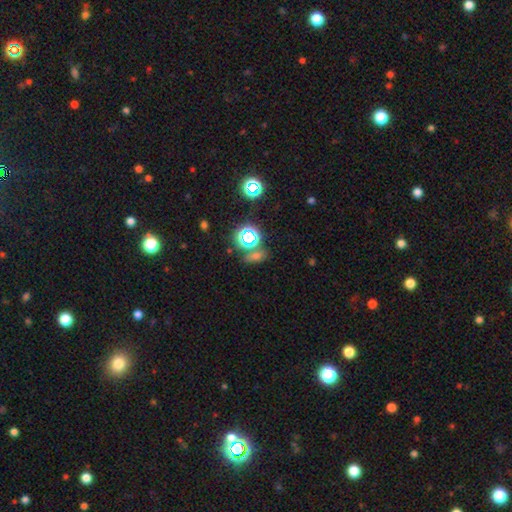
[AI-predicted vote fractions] smooth-or-featured: star or artifact: 45% | smooth: 43% | featured or disk: 12%